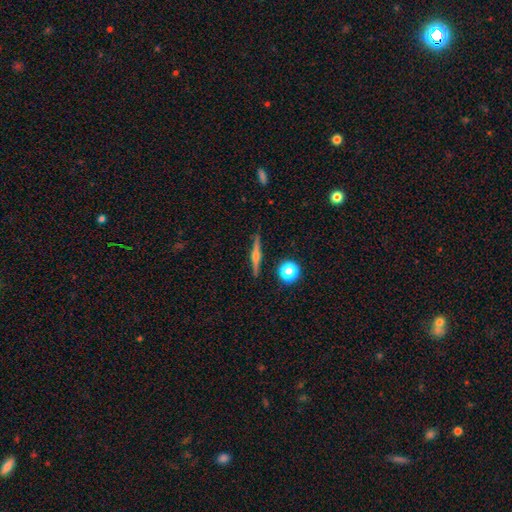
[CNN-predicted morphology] Smooth or featured? featured or disk (67%)
Edge-on disk? yes (98%)
Edge-on bulge? rounded (85%)
Merging? none (90%)